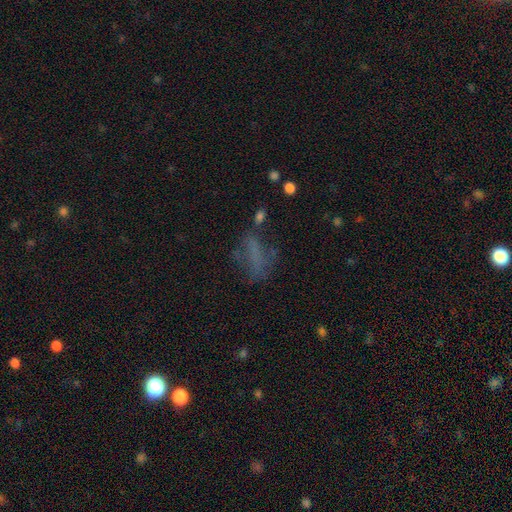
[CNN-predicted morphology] smooth 47%, featured or disk 29%, star or artifact 23%. Down the decision tree: merging — none (44%).